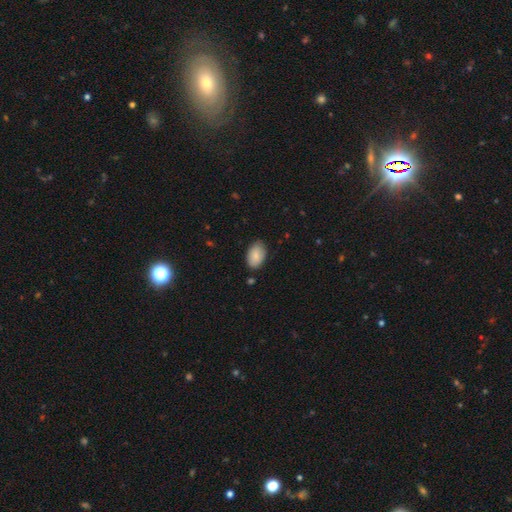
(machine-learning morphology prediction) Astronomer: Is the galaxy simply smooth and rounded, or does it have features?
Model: smooth — 86%.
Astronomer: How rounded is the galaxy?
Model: in between — 92%.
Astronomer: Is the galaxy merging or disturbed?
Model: none — 81%.